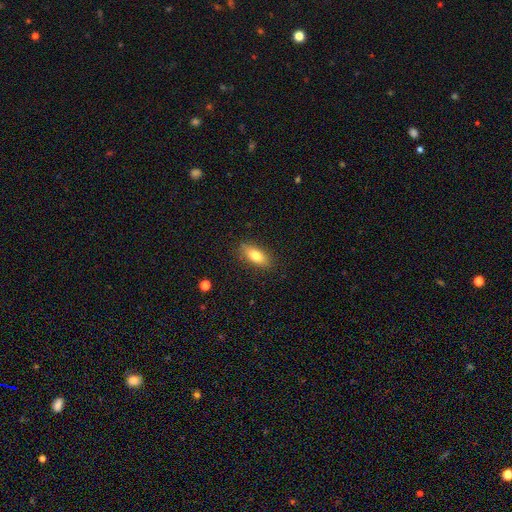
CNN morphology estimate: Smooth or featured?
  - smooth: 77% *
  - featured or disk: 16%
  - star or artifact: 8%
How rounded?
  - in between: 79% *
  - cigar-shaped: 17%
  - round: 4%
Merging?
  - none: 84% *
  - minor disturbance: 12%
  - major disturbance: 3%
  - merger: 1%